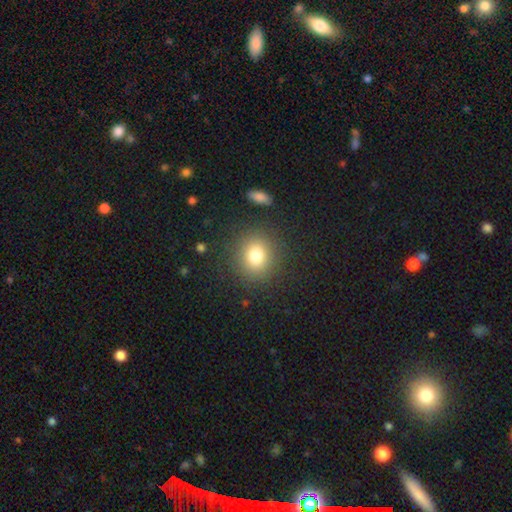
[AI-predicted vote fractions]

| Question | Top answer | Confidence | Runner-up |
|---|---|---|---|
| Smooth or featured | smooth | 78% | star or artifact (13%) |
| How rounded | round | 82% | in between (17%) |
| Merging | none | 87% | minor disturbance (7%) |